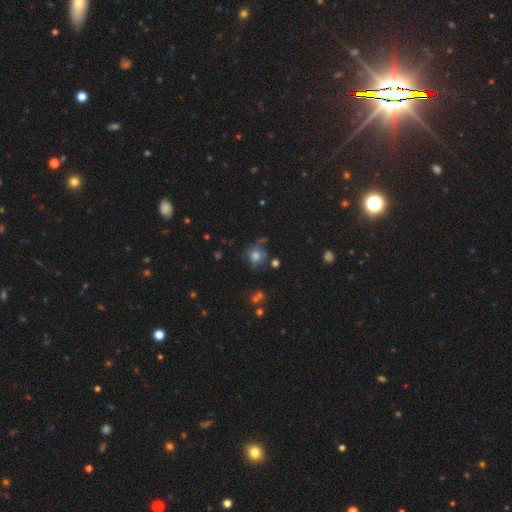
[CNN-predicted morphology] Smooth or featured? Predicted: smooth (p=0.68). How rounded? Predicted: round (p=0.82). Merging? Predicted: none (p=0.61).